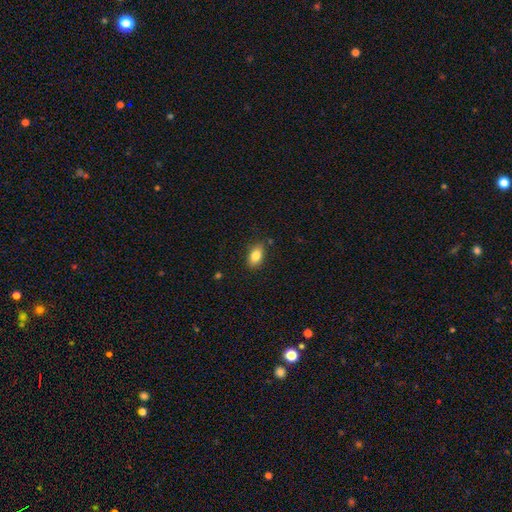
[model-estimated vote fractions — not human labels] This appears to be a smooth galaxy with no disk features (84%) that is in between round and cigar-shaped (89%). Merging: none (82%).